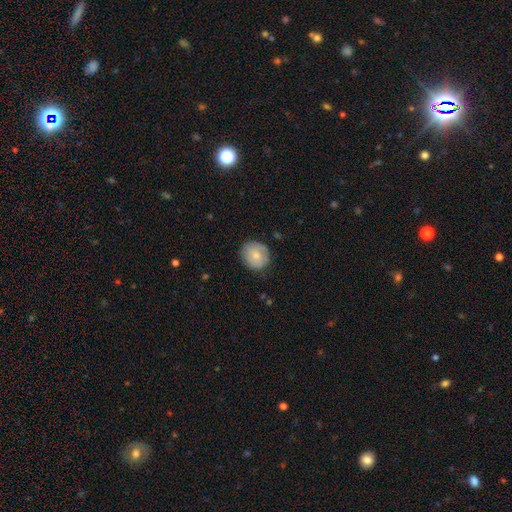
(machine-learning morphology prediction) Smooth or featured? smooth (72%)
How rounded? round (80%)
Merging? none (79%)